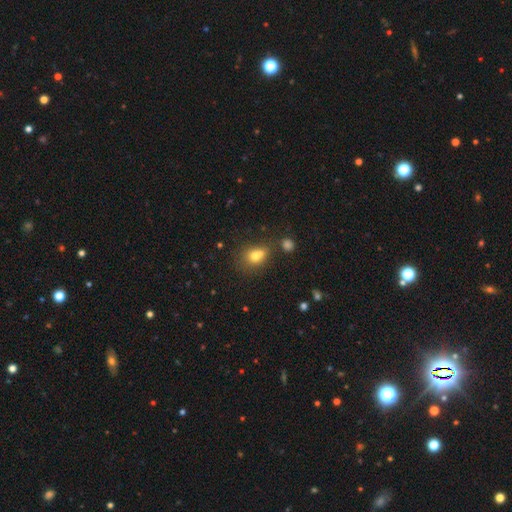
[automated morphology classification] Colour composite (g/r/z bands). It shows a smooth galaxy with no disk features (71%) that is round (53%). Merging: merger (39%, tied with none).